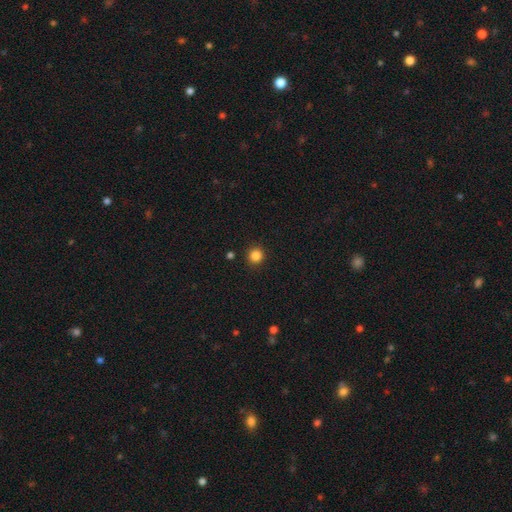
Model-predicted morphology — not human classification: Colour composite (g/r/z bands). It shows a smooth galaxy with no disk features (85%) that is round (93%). Merging: none (91%).